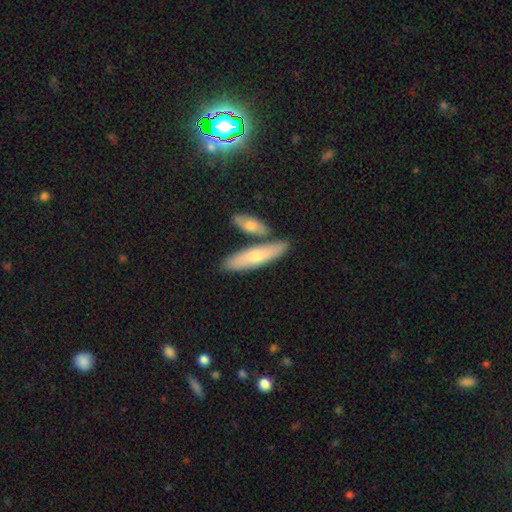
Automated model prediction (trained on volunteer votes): A smooth galaxy with no disk features (63%) that is cigar-shaped (68%). Merging: none (70%).